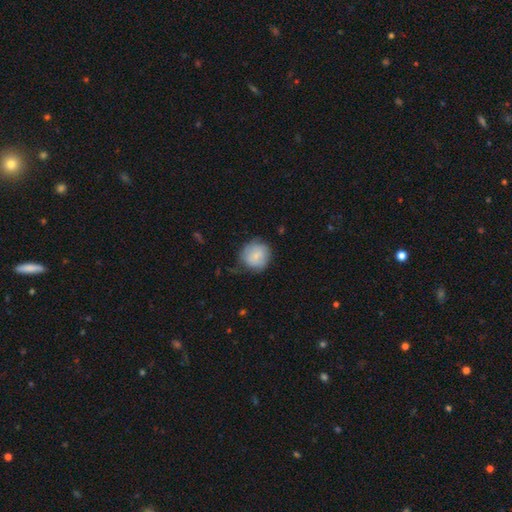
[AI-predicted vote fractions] The model was most divided on "merging": none: 70%, minor disturbance: 22%, major disturbance: 7%, merger: 1%. More confident: how rounded — round (90%); smooth or featured — smooth (75%).